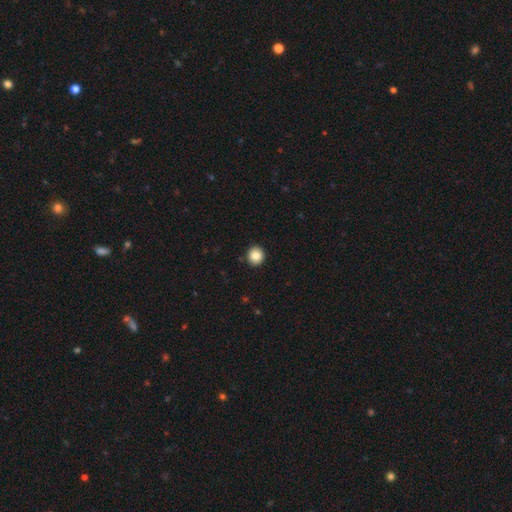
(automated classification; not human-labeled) smooth_or_featured: smooth (p=0.85) [alt: star or artifact p=0.09]
how_rounded: round (p=0.91) [alt: in between p=0.08]
merging: none (p=0.92) [alt: minor disturbance p=0.05]